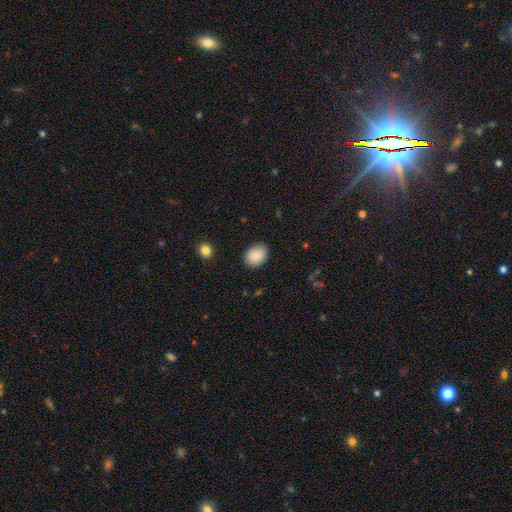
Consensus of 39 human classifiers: This is clearly a smooth galaxy (85%). How rounded: possibly in between (52%). Merging: clearly none (89%).